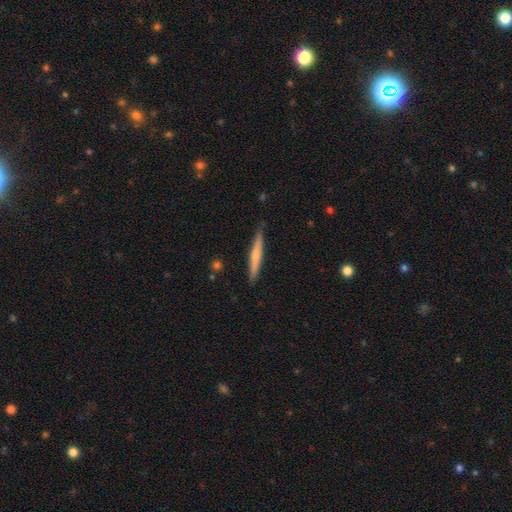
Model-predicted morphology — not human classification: Smooth or featured? smooth (55%)
How rounded? cigar-shaped (95%)
Merging? none (87%)